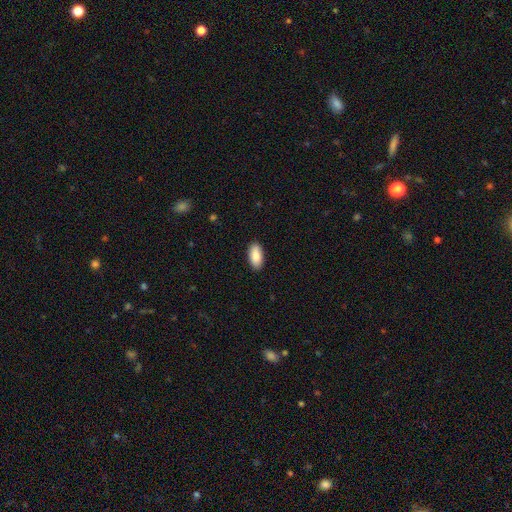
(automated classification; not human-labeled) smooth_or_featured: smooth (p=0.89) [alt: star or artifact p=0.06]
how_rounded: in between (p=0.92) [alt: cigar-shaped p=0.06]
merging: none (p=0.89) [alt: minor disturbance p=0.08]